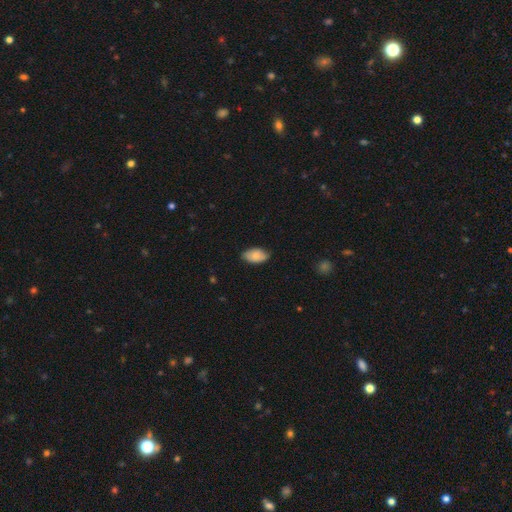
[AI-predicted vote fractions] Smooth or featured: smooth — 79% (featured or disk — 15%)
How rounded: in between — 94% (round — 4%)
Merging: none — 79% (minor disturbance — 17%)